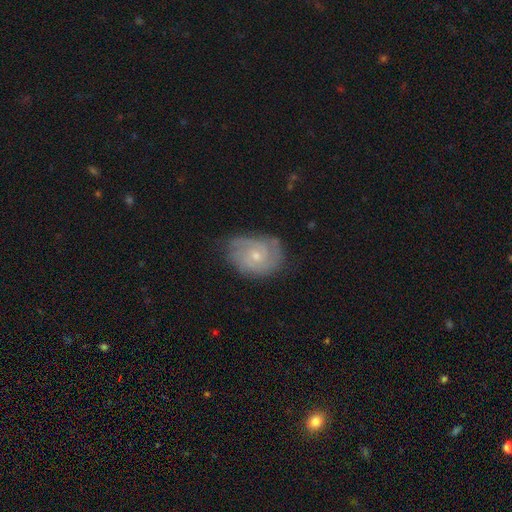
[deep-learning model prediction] This appears to be a featured or disk galaxy (76%) with no bar (75%), 2 (34%) tight (62%) spiral arms (93%) and a small central bulge (59%). Merging: none (67%).